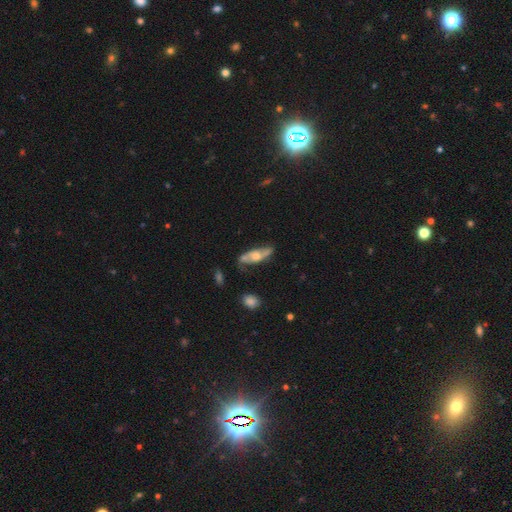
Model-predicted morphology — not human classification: The model was most divided on "smooth or featured": featured or disk: 61%, smooth: 32%, star or artifact: 7%. More confident: edge-on disk — no (70%); merging — none (59%).